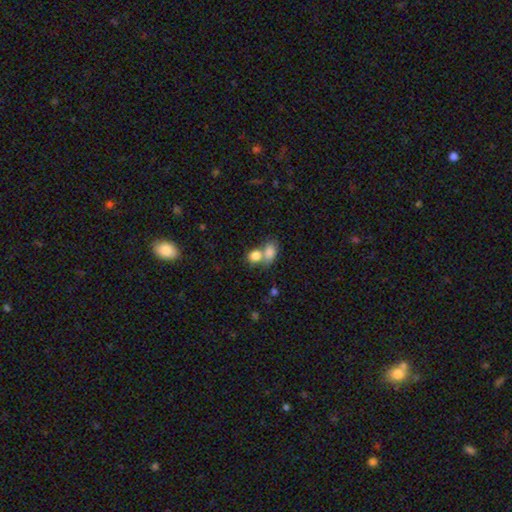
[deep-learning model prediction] This is clearly a smooth galaxy (82%). How rounded: possibly in between (58%). Merging: possibly merger (58%).